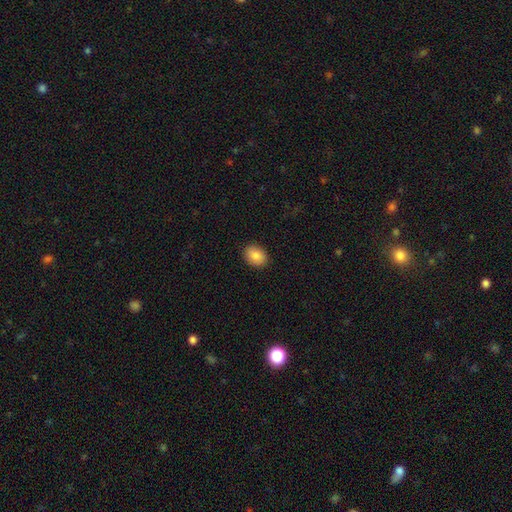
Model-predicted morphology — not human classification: Overall: smooth (87%). How rounded: in between (67%; round 32%). Merging: none (90%).